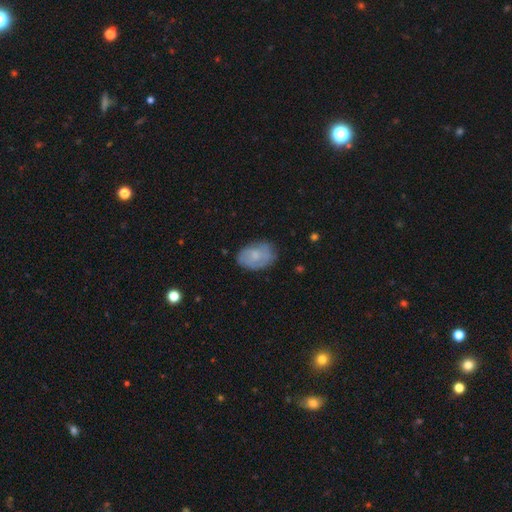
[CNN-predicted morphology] Smooth or featured? smooth (62%)
How rounded? in between (84%)
Merging? none (70%)